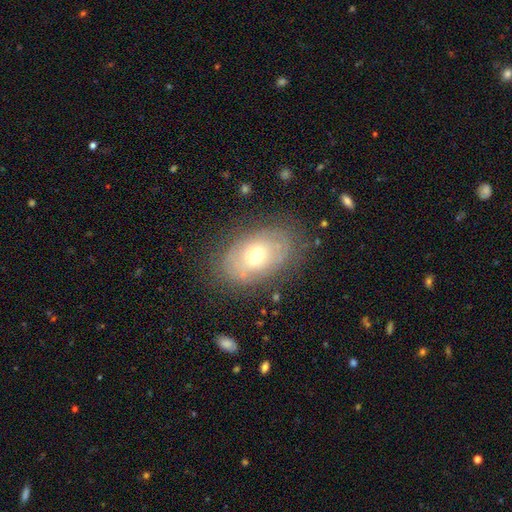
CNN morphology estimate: The model was most divided on "smooth or featured": featured or disk: 51%, smooth: 41%, star or artifact: 9%. More confident: edge-on disk — no (92%); merging — none (75%).